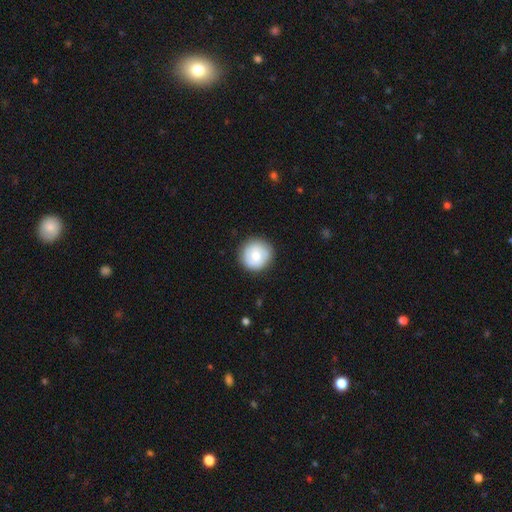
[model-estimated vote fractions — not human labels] Q: Smooth or featured?
A: smooth (62%); runner-up: featured or disk (32%)
Q: How rounded?
A: round (94%); runner-up: in between (5%)
Q: Merging?
A: none (86%); runner-up: minor disturbance (10%)